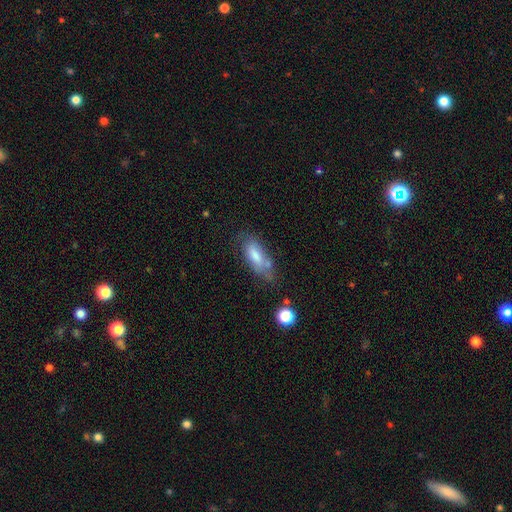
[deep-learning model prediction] smooth_or_featured: smooth (p=0.63) [alt: featured or disk p=0.28]
how_rounded: in between (p=0.75) [alt: cigar-shaped p=0.22]
merging: none (p=0.47) [alt: minor disturbance p=0.29]